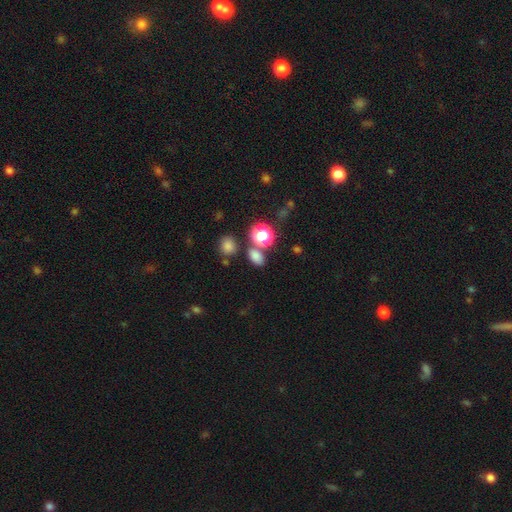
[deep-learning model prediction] Q: Smooth or featured?
A: smooth (73%); runner-up: star or artifact (21%)
Q: How rounded?
A: in between (68%); runner-up: round (31%)
Q: Merging?
A: none (71%); runner-up: merger (15%)